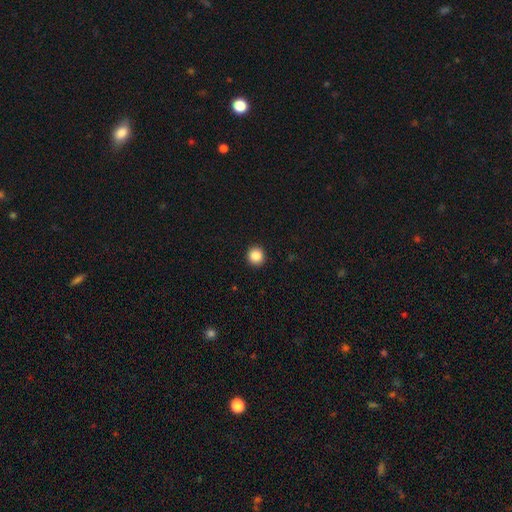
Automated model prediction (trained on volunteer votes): smooth-or-featured: smooth: 87% | star or artifact: 10% | featured or disk: 4%
  how-rounded: round: 94% | in between: 5% | cigar-shaped: 1%
  merging: none: 93% | minor disturbance: 4% | major disturbance: 2% | merger: 1%